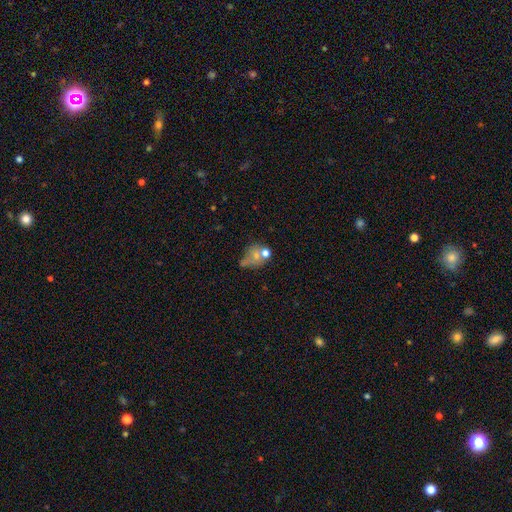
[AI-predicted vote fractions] A smooth galaxy with no disk features (58%) that is in between round and cigar-shaped (50%). Merging: merger (32%).